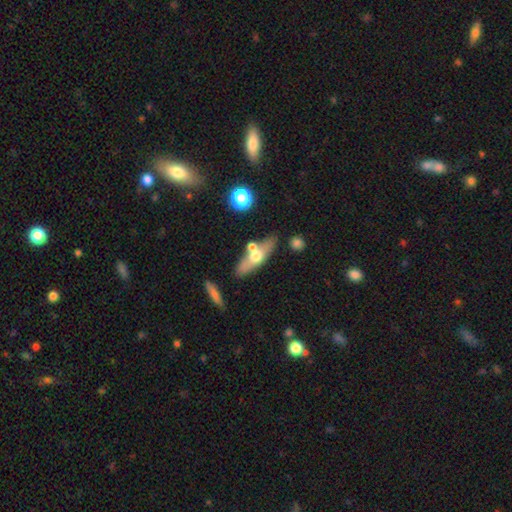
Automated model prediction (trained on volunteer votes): This is possibly a smooth galaxy (48%). Merging: likely none (67%).